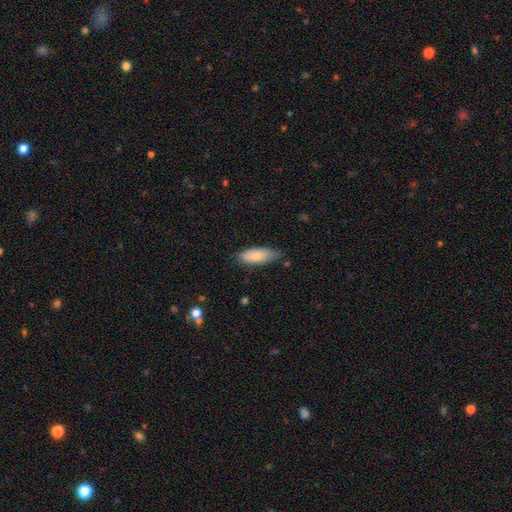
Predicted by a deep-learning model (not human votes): Smooth or featured: smooth — 77% (featured or disk — 17%)
How rounded: in between — 77% (cigar-shaped — 21%)
Merging: none — 62% (minor disturbance — 31%)